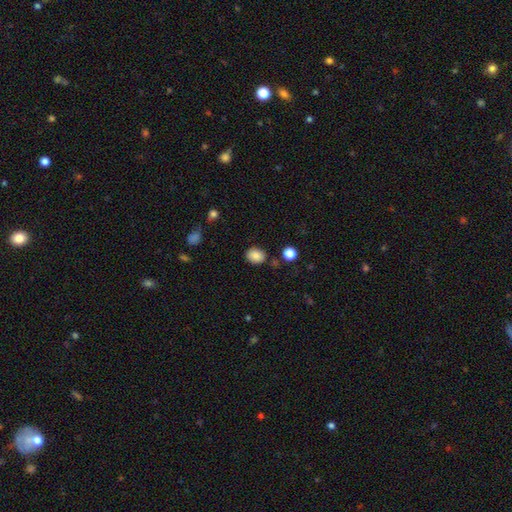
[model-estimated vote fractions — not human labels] Q: Smooth or featured?
A: smooth (87%); runner-up: star or artifact (9%)
Q: How rounded?
A: in between (53%); runner-up: round (46%)
Q: Merging?
A: none (82%); runner-up: minor disturbance (11%)